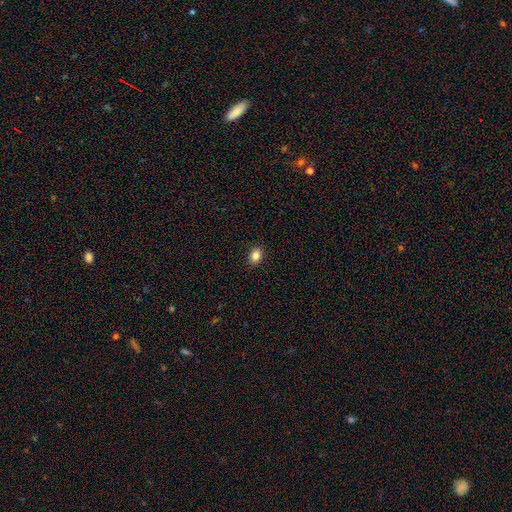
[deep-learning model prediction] smooth 84%, star or artifact 10%, featured or disk 6%. Down the decision tree: how rounded — in between (68%); merging — none (90%).